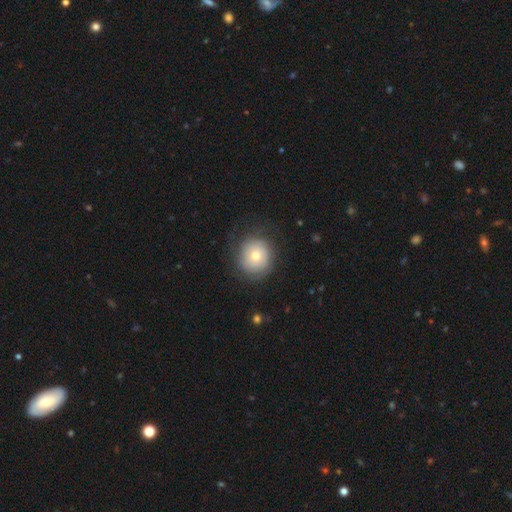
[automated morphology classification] smooth 67%, featured or disk 24%, star or artifact 9%. Down the decision tree: how rounded — round (90%); merging — none (75%).